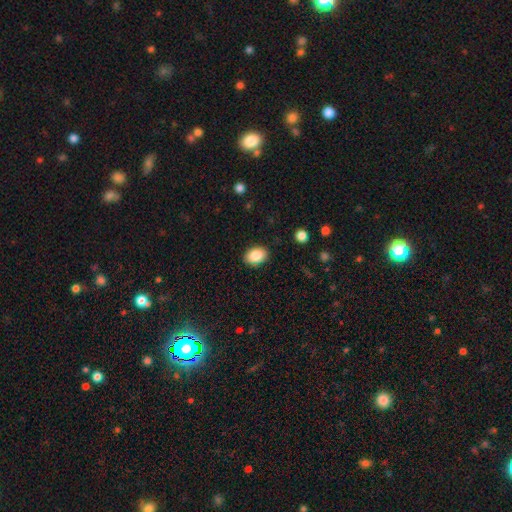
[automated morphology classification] Smooth or featured? smooth (87%)
How rounded? in between (80%)
Merging? none (87%)